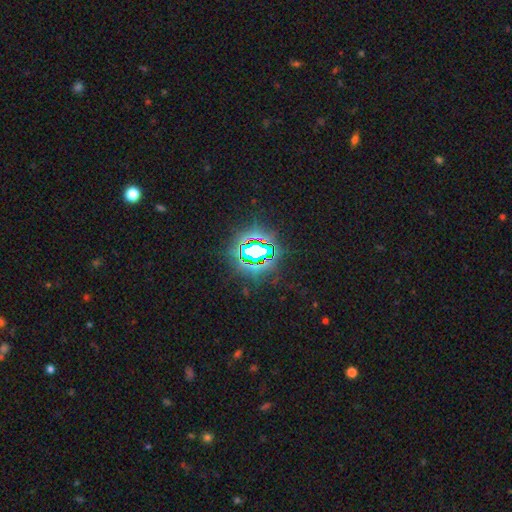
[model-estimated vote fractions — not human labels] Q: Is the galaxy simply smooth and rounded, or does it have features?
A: star or artifact — 77%.